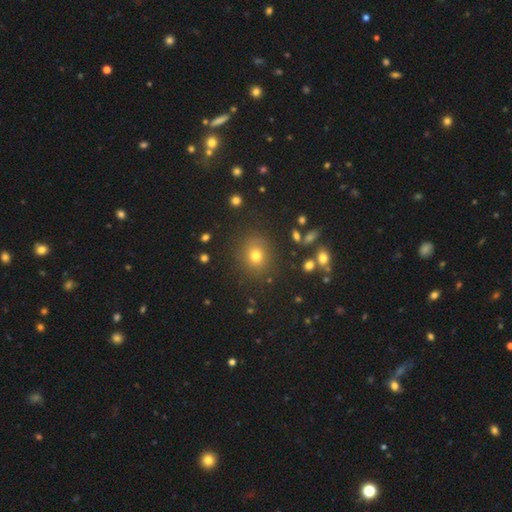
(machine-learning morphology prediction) A smooth galaxy with no disk features (72%) that is round (78%).

Vote fractions:
- Smooth or featured? smooth: 72% / star or artifact: 19% / featured or disk: 9%
- How rounded? round: 78% / in between: 20% / cigar-shaped: 1%
- Merging? none: 84% / minor disturbance: 10% / major disturbance: 4% / merger: 3%